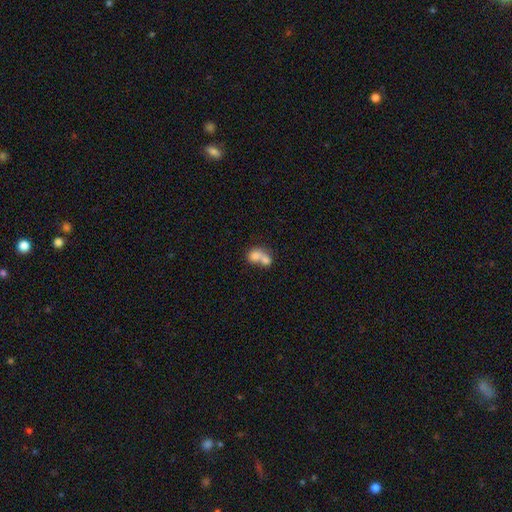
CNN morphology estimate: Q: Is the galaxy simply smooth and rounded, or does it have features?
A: smooth — 73%.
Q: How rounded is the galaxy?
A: in between — 61%.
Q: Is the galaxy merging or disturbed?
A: merger — 73%.